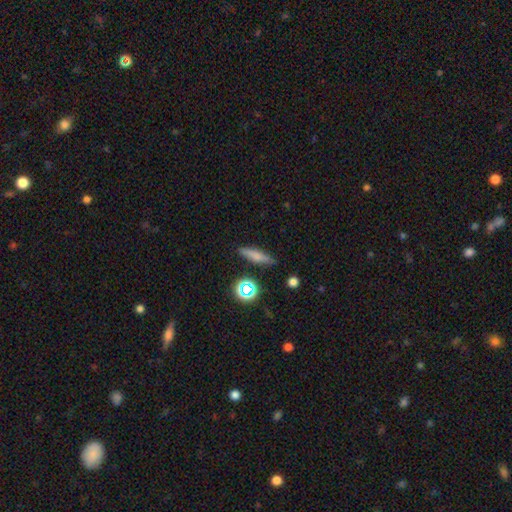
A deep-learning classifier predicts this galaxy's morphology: Overall: smooth (68%). How rounded: cigar-shaped (78%). Merging: none (83%).